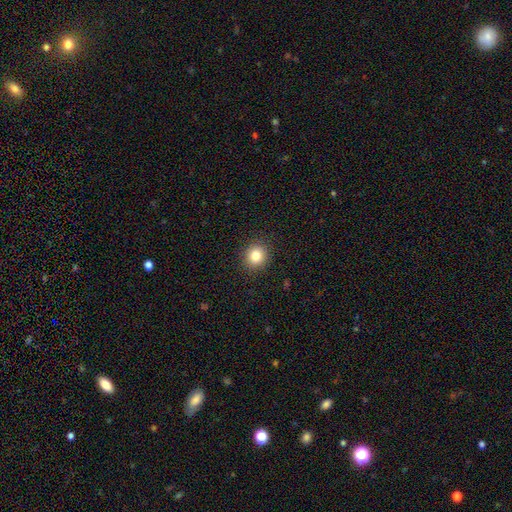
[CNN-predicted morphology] Smooth or featured? smooth (83%)
How rounded? round (84%)
Merging? none (91%)